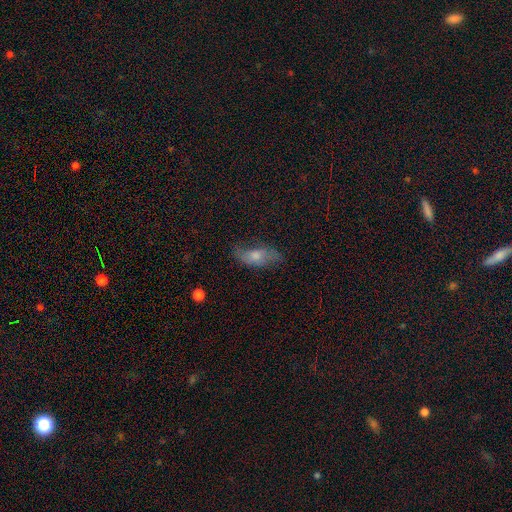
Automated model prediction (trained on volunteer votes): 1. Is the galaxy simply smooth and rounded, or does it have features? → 50% smooth, 39% featured or disk, 11% star or artifact.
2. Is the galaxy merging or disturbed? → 67% none, 23% minor disturbance, 9% major disturbance, 2% merger.